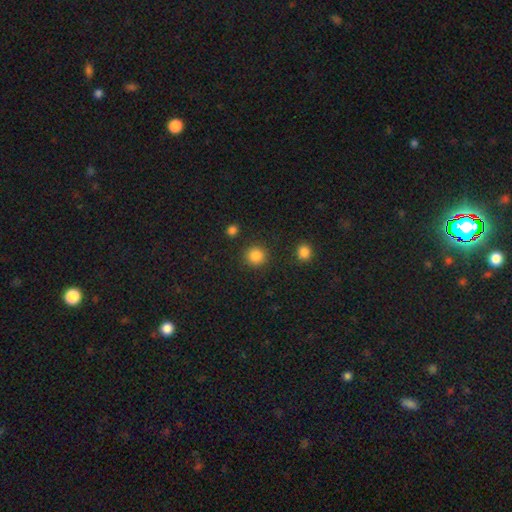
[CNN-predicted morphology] Q: Smooth or featured?
A: smooth (86%); runner-up: star or artifact (11%)
Q: How rounded?
A: round (92%); runner-up: in between (7%)
Q: Merging?
A: none (89%); runner-up: minor disturbance (6%)